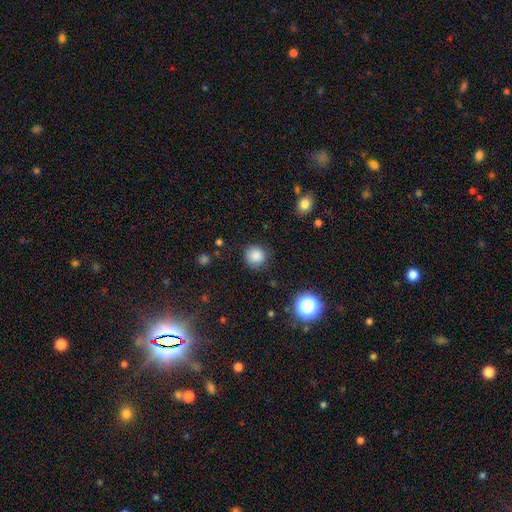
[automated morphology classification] Smooth or featured?
  - smooth: 85% *
  - star or artifact: 11%
  - featured or disk: 4%
How rounded?
  - round: 92% *
  - in between: 7%
  - cigar-shaped: 1%
Merging?
  - none: 87% *
  - minor disturbance: 9%
  - major disturbance: 3%
  - merger: 1%